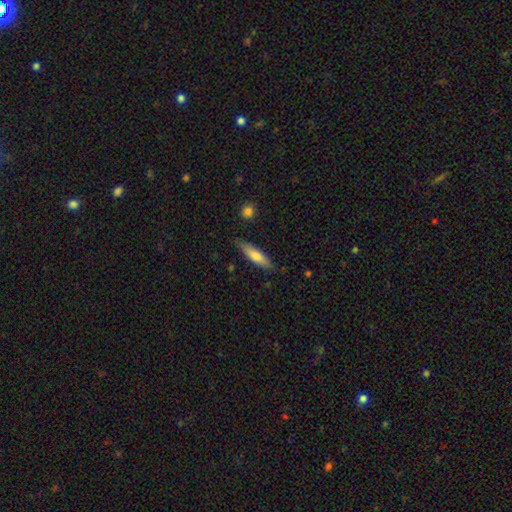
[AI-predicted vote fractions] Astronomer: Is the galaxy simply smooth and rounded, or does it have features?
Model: smooth — 70%.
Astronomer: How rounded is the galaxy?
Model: cigar-shaped — 73%.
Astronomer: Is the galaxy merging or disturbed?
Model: none — 81%.